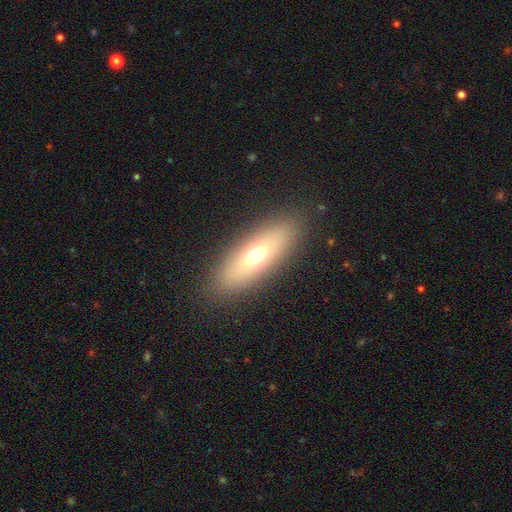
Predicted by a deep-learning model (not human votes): Q: Smooth or featured?
A: smooth (63%); runner-up: featured or disk (28%)
Q: How rounded?
A: in between (59%); runner-up: cigar-shaped (37%)
Q: Merging?
A: none (88%); runner-up: minor disturbance (8%)